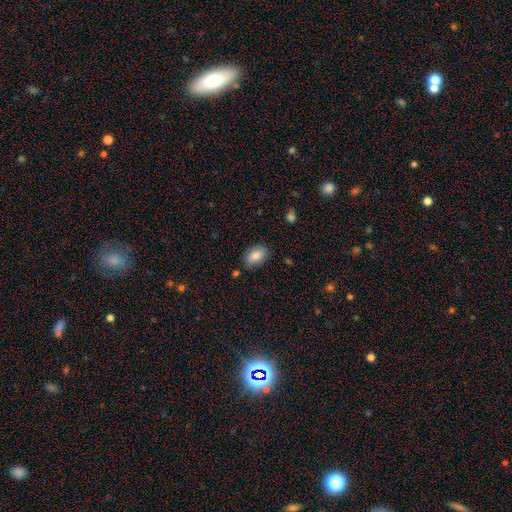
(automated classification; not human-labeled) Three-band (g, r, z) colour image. It shows a smooth galaxy with no disk features (83%) that is in between round and cigar-shaped (87%). Merging: none (81%).